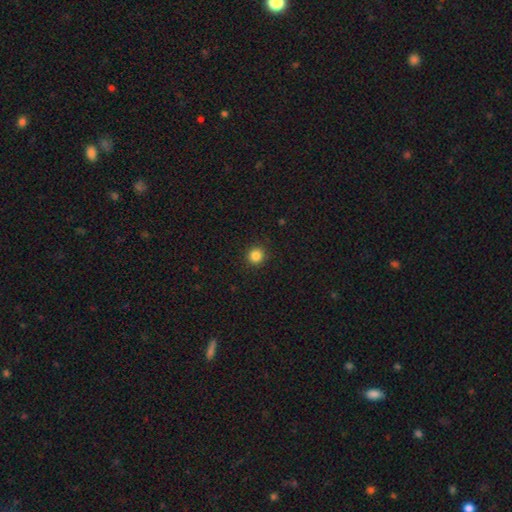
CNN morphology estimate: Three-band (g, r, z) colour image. It shows a smooth galaxy with no disk features (85%) that is round (93%). Merging: none (92%).